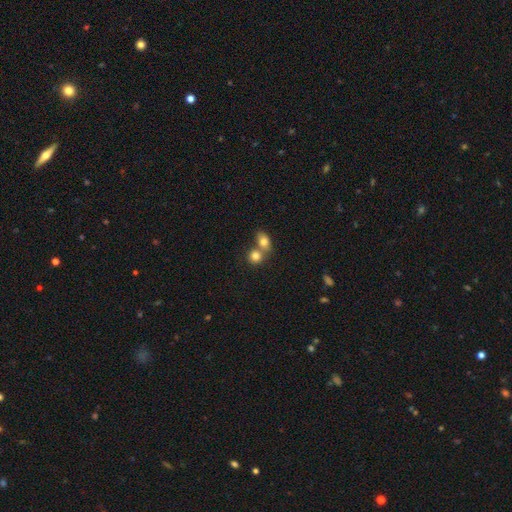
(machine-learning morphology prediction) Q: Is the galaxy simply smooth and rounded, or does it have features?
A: smooth — 81%.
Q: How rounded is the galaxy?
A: round — 74%.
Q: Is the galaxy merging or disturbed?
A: merger — 53%.